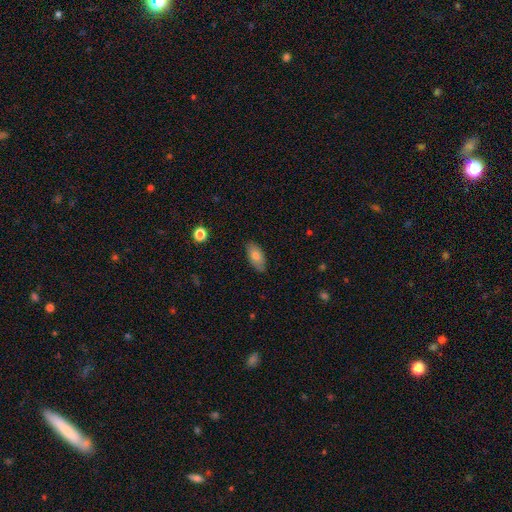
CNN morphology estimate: smooth 78%, featured or disk 16%, star or artifact 7%. Down the decision tree: how rounded — in between (91%); merging — none (85%).